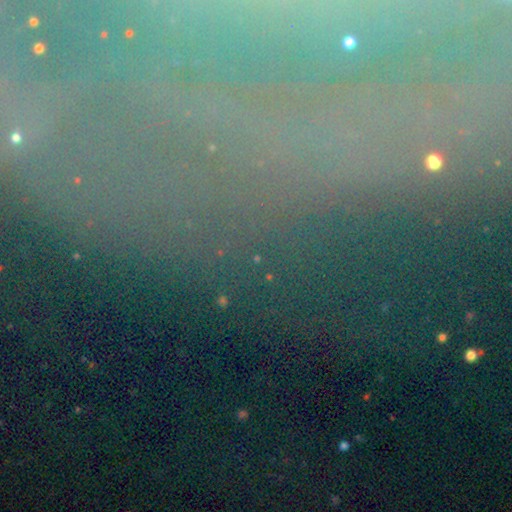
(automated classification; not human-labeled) Smooth or featured: star or artifact — 73% (smooth — 15%)